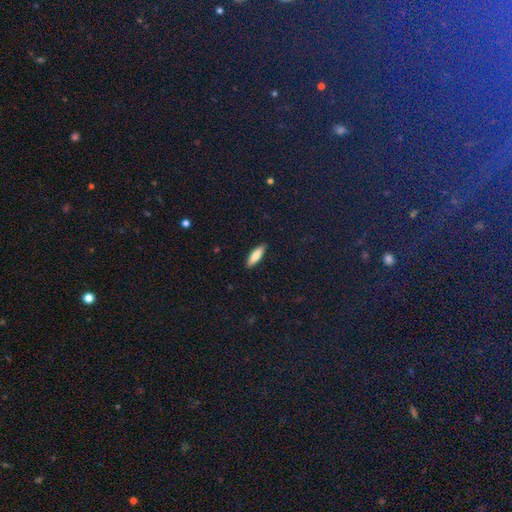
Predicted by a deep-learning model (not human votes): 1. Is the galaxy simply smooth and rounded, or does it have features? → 77% smooth, 17% featured or disk, 6% star or artifact.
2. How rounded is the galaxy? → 62% cigar-shaped, 36% in between, 2% round.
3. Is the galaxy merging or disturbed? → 90% none, 8% minor disturbance, 2% major disturbance, 1% merger.